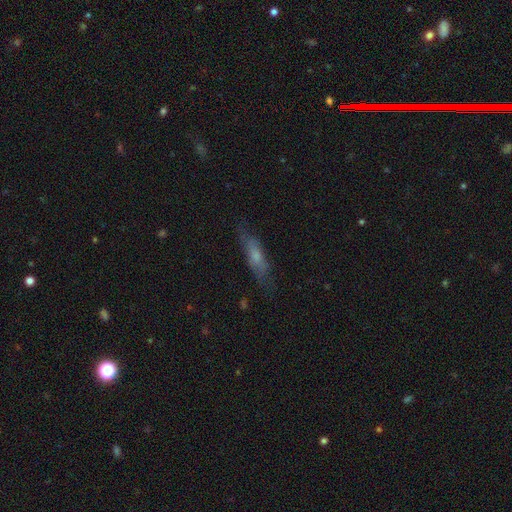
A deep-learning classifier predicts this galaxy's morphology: smooth_or_featured: smooth (p=0.53) [alt: featured or disk p=0.39]
how_rounded: cigar-shaped (p=0.68) [alt: in between p=0.30]
merging: none (p=0.71) [alt: minor disturbance p=0.20]